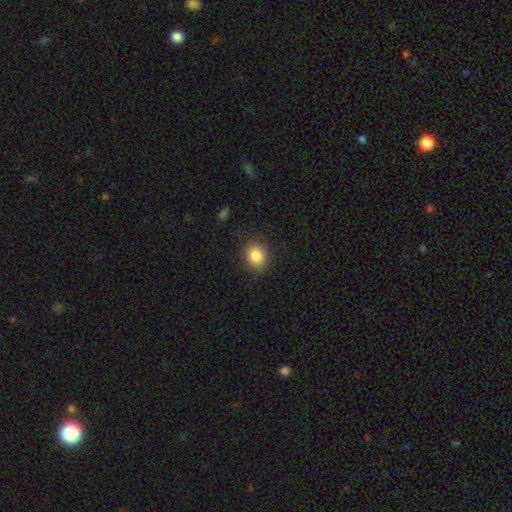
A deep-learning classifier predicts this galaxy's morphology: This appears to be a smooth galaxy with no disk features (85%) that is round (63%). Merging: none (86%).